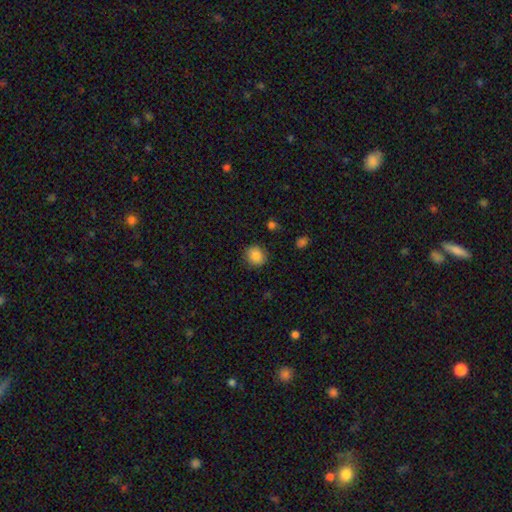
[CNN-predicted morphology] smooth 85%, star or artifact 9%, featured or disk 5%. Down the decision tree: how rounded — round (82%); merging — none (89%).